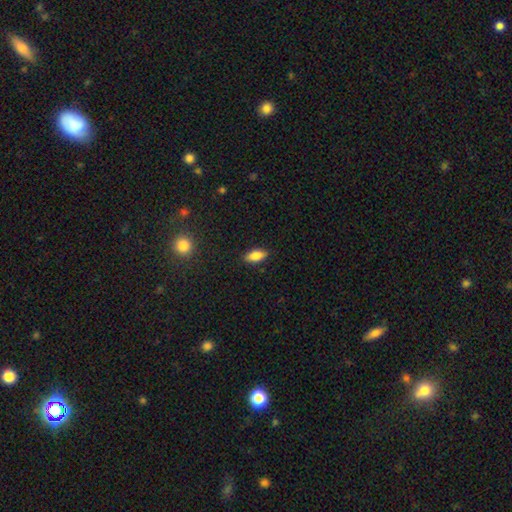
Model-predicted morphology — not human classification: A smooth galaxy with no disk features (80%) that is in between round and cigar-shaped (84%).

Vote fractions:
- Smooth or featured? smooth: 80% / featured or disk: 12% / star or artifact: 7%
- How rounded? in between: 84% / cigar-shaped: 13% / round: 3%
- Merging? none: 88% / minor disturbance: 9% / major disturbance: 2% / merger: 1%